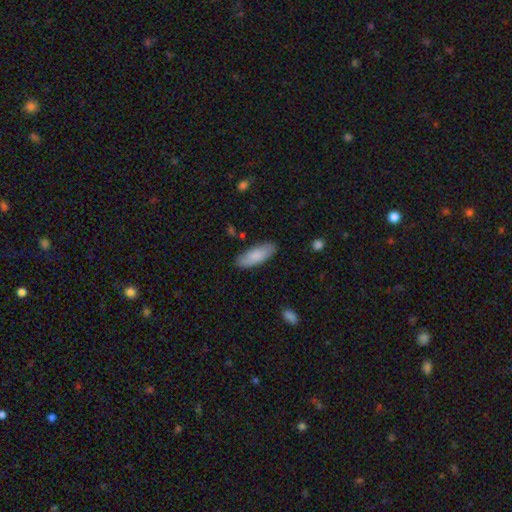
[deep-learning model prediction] smooth 84%, featured or disk 11%, star or artifact 5%. Down the decision tree: how rounded — in between (71%); merging — none (86%).